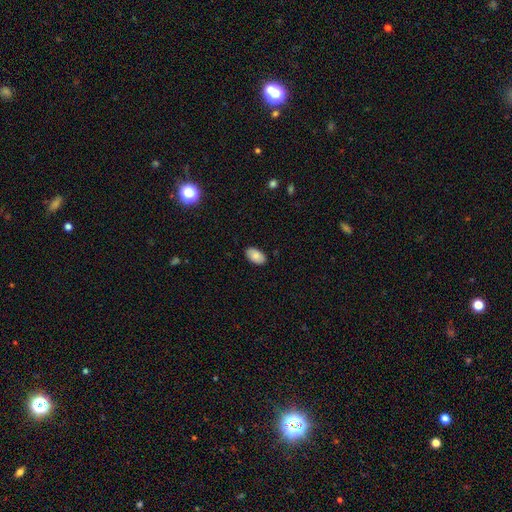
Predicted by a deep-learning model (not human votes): smooth-or-featured: smooth: 85% | featured or disk: 8% | star or artifact: 7%
  how-rounded: in between: 95% | round: 4% | cigar-shaped: 1%
  merging: none: 88% | minor disturbance: 10% | major disturbance: 2% | merger: 1%